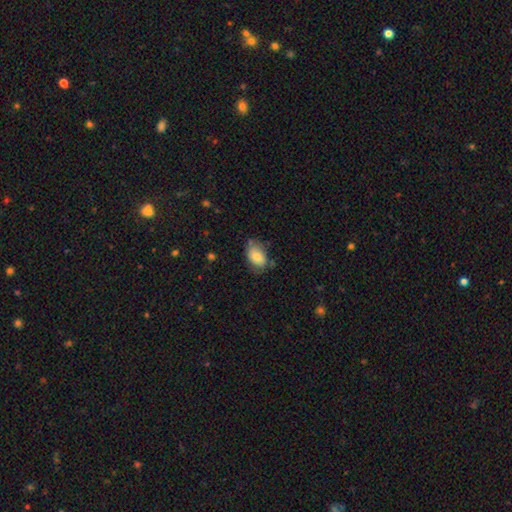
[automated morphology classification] Smooth or featured?
  - smooth: 77% *
  - featured or disk: 16%
  - star or artifact: 7%
How rounded?
  - in between: 86% *
  - round: 13%
  - cigar-shaped: 1%
Merging?
  - none: 60% *
  - minor disturbance: 27%
  - major disturbance: 8%
  - merger: 5%